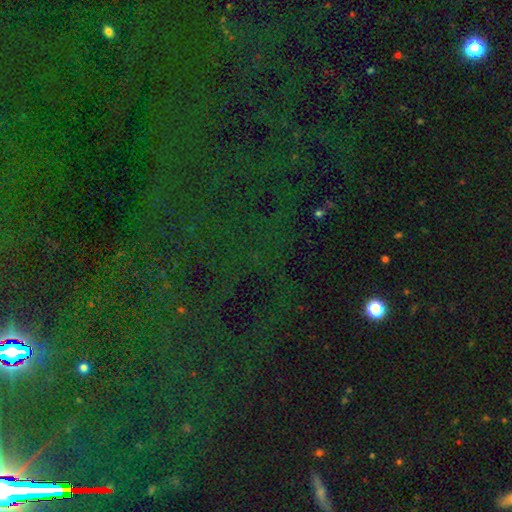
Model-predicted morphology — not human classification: Smooth or featured? Predicted: star or artifact (p=0.84).